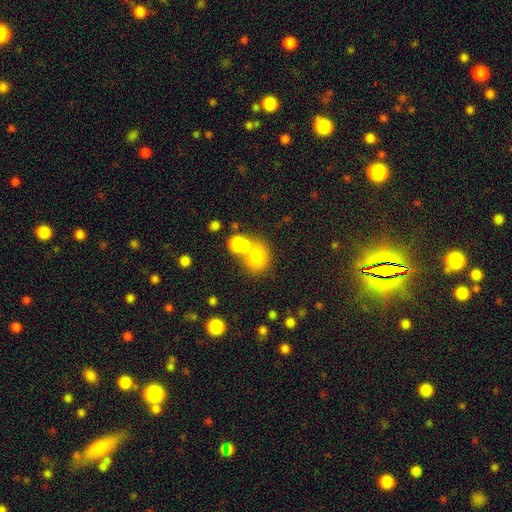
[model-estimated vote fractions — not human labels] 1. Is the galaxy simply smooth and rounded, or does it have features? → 74% smooth, 14% featured or disk, 11% star or artifact.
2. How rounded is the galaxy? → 72% round, 27% in between, 1% cigar-shaped.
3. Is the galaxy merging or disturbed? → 49% merger, 38% none, 8% minor disturbance, 4% major disturbance.